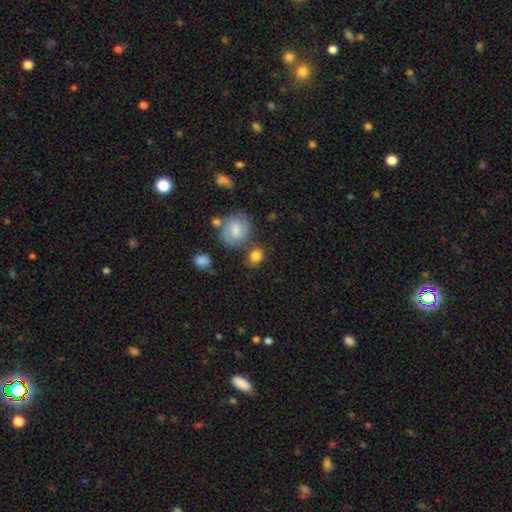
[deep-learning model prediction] Overall: smooth (81%). How rounded: round (56%; in between 42%). Merging: none (68%).